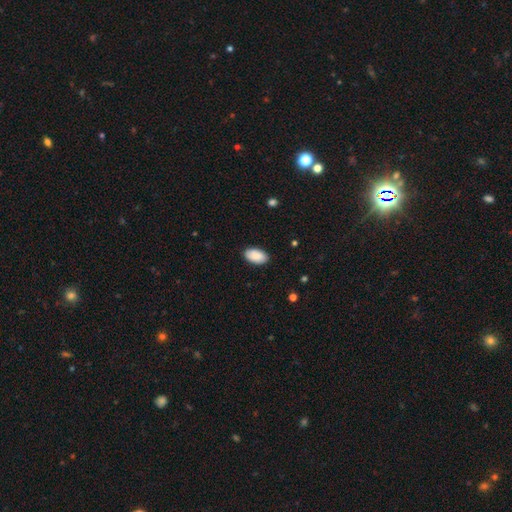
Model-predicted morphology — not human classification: This appears to be a smooth galaxy with no disk features (90%) that is in between round and cigar-shaped (95%). Merging: none (88%).